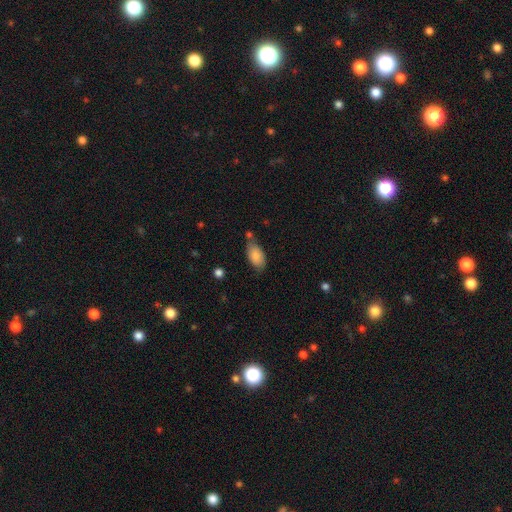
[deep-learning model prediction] smooth_or_featured: smooth (p=0.84) [alt: featured or disk p=0.09]
how_rounded: in between (p=0.93) [alt: cigar-shaped p=0.04]
merging: none (p=0.64) [alt: minor disturbance p=0.22]